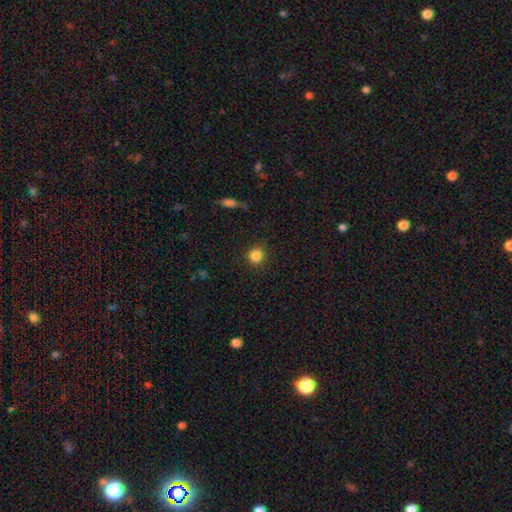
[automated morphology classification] smooth-or-featured: smooth: 85% | star or artifact: 11% | featured or disk: 4%
  how-rounded: round: 88% | in between: 11% | cigar-shaped: 1%
  merging: none: 89% | minor disturbance: 8% | major disturbance: 2% | merger: 1%